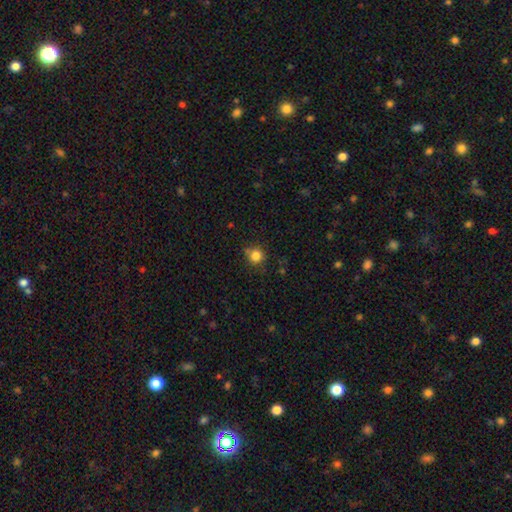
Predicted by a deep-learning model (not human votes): smooth 82%, star or artifact 13%, featured or disk 5%. Down the decision tree: how rounded — round (92%); merging — none (75%).